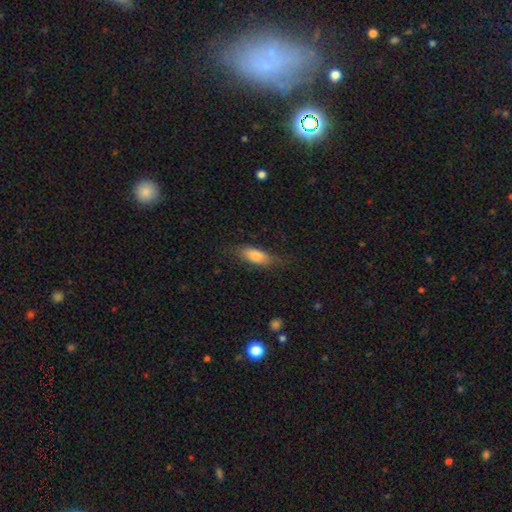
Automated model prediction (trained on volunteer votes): This appears to be a smooth galaxy with no disk features (75%) that is in between round and cigar-shaped (66%). Merging: none (72%).